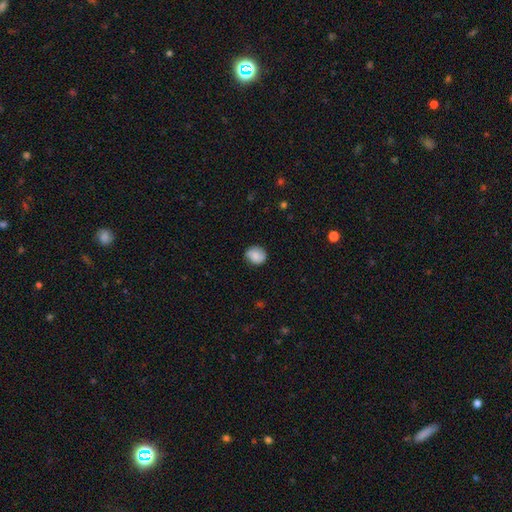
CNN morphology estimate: Smooth or featured? Predicted: smooth (p=0.73). How rounded? Predicted: round (p=0.72). Merging? Predicted: none (p=0.79).